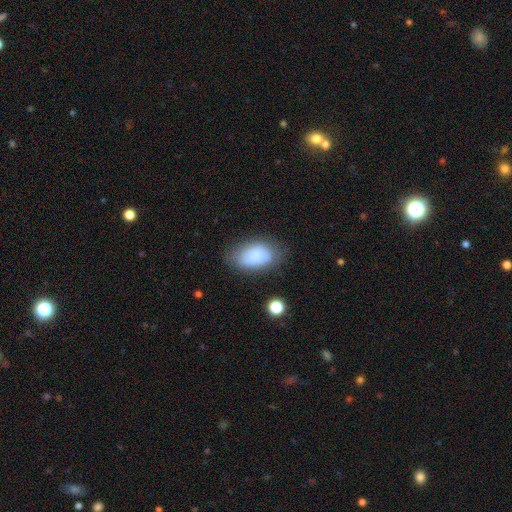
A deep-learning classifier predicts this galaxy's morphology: smooth 82%, featured or disk 10%, star or artifact 8%. Down the decision tree: how rounded — in between (91%); merging — none (66%).